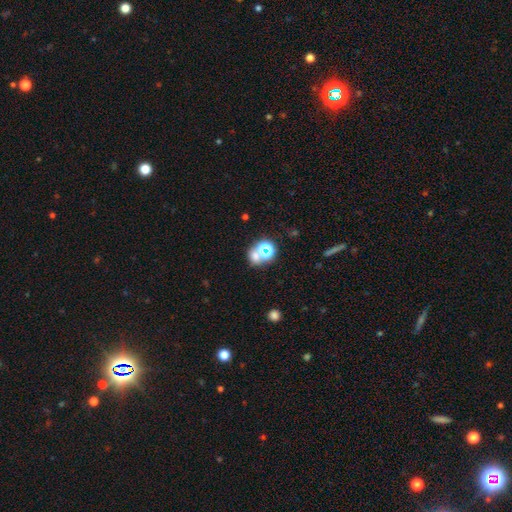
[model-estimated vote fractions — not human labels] A star or artifact, not a galaxy (48%).

Vote fractions:
- Smooth or featured? star or artifact: 48% / smooth: 41% / featured or disk: 11%